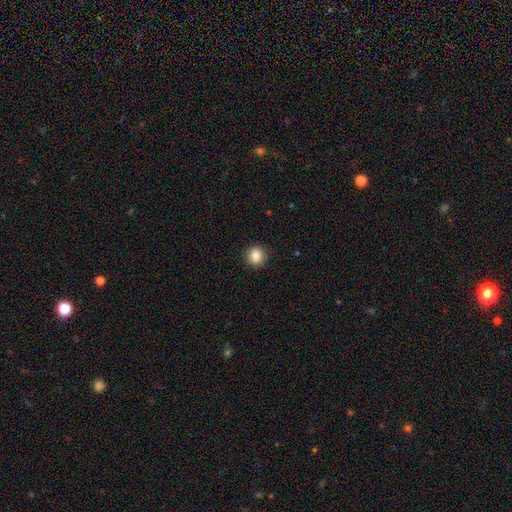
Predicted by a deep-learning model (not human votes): Smooth or featured? Predicted: smooth (p=0.86). How rounded? Predicted: round (p=0.90). Merging? Predicted: none (p=0.92).